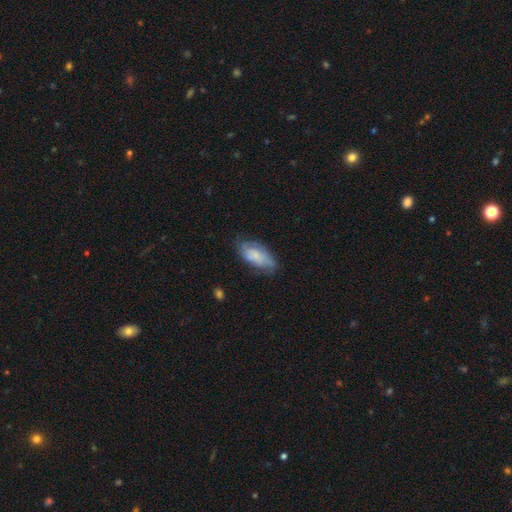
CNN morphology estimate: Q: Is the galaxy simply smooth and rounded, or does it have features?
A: smooth — 54%.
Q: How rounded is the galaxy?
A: in between — 89%.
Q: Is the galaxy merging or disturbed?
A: none — 55%.